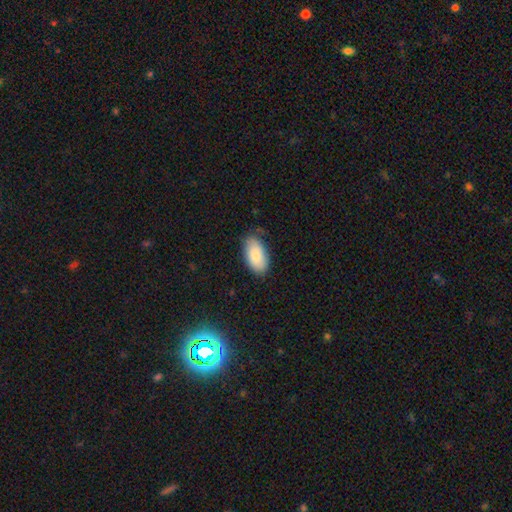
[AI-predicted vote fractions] smooth-or-featured: smooth: 83% | featured or disk: 11% | star or artifact: 6%
  how-rounded: in between: 95% | round: 3% | cigar-shaped: 2%
  merging: none: 76% | minor disturbance: 19% | major disturbance: 4% | merger: 1%